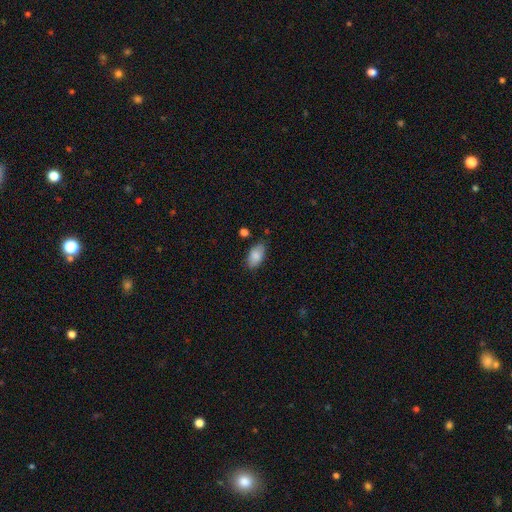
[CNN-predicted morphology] A smooth galaxy with no disk features (85%) that is in between round and cigar-shaped (94%). Merging: none (76%).